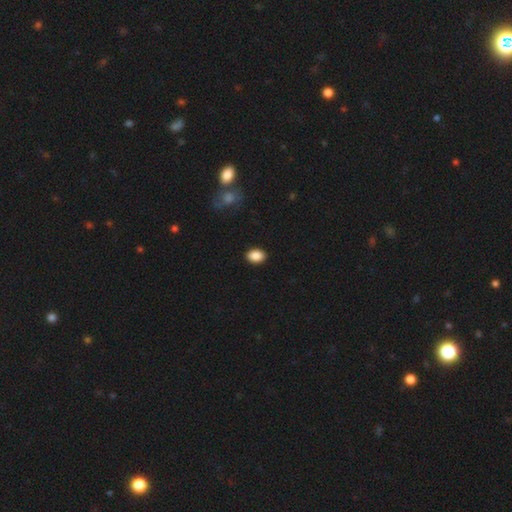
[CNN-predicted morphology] Smooth or featured: smooth — 88% (star or artifact — 8%)
How rounded: in between — 78% (round — 21%)
Merging: none — 90% (minor disturbance — 7%)